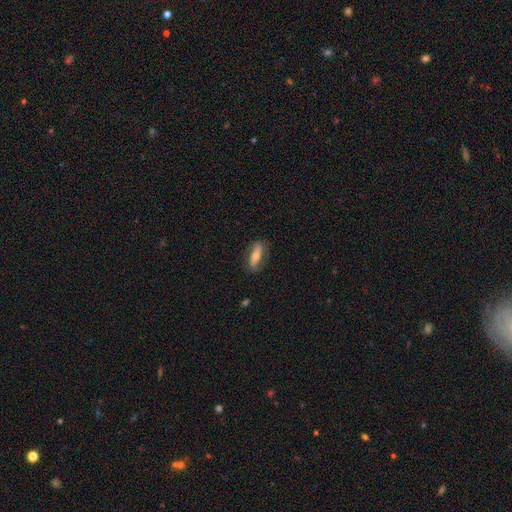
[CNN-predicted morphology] smooth_or_featured: smooth (p=0.51) [alt: featured or disk p=0.42]
how_rounded: in between (p=0.52) [alt: cigar-shaped p=0.45]
merging: none (p=0.80) [alt: minor disturbance p=0.15]